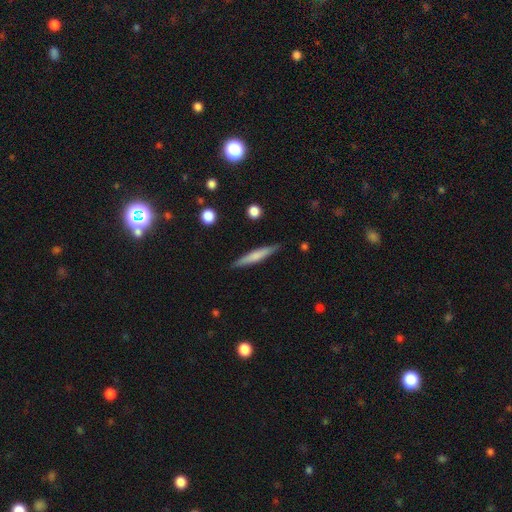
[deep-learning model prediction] A smooth galaxy with no disk features (61%) that is cigar-shaped (93%). Merging: none (89%).